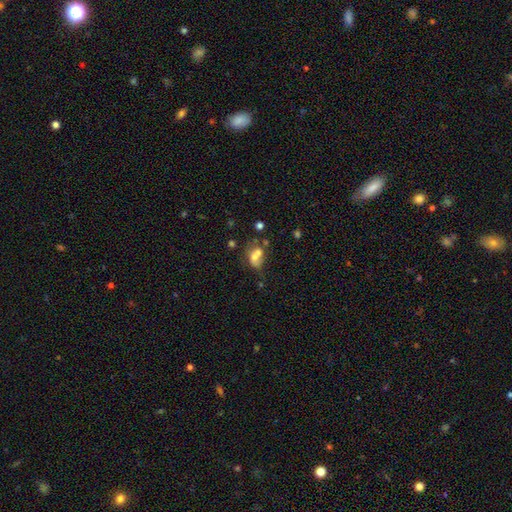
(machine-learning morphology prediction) Q: Smooth or featured?
A: smooth (61%); runner-up: featured or disk (26%)
Q: How rounded?
A: in between (67%); runner-up: round (31%)
Q: Merging?
A: merger (46%); runner-up: none (26%)